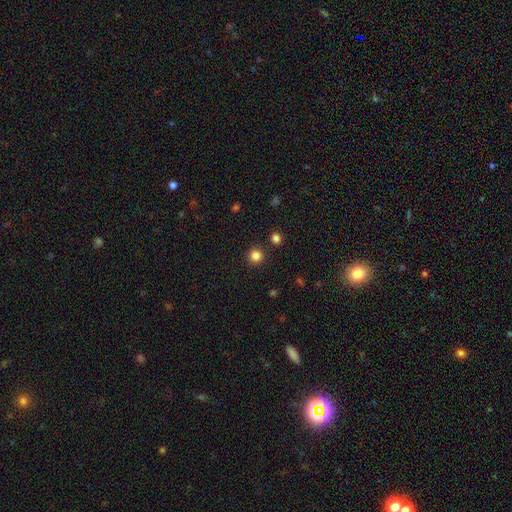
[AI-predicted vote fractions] smooth 83%, star or artifact 14%, featured or disk 4%. Down the decision tree: how rounded — round (95%); merging — none (91%).